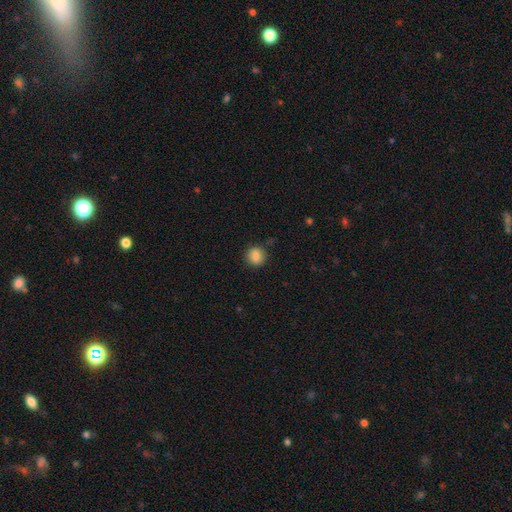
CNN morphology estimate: This is clearly a smooth galaxy (86%). How rounded: clearly round (85%). Merging: clearly none (85%).